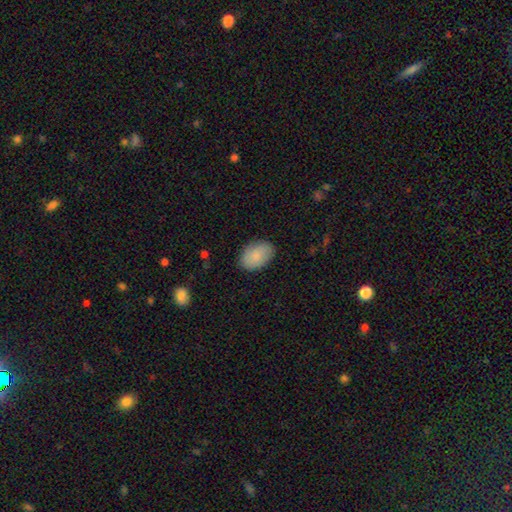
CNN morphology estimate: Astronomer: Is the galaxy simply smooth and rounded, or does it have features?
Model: smooth — 87%.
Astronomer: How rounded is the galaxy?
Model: in between — 88%.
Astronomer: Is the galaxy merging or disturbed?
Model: none — 85%.